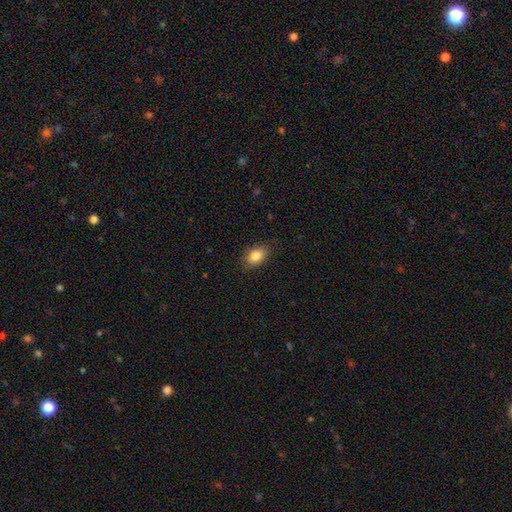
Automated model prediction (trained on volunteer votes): Smooth or featured? Predicted: smooth (p=0.85). How rounded? Predicted: in between (p=0.83). Merging? Predicted: none (p=0.84).